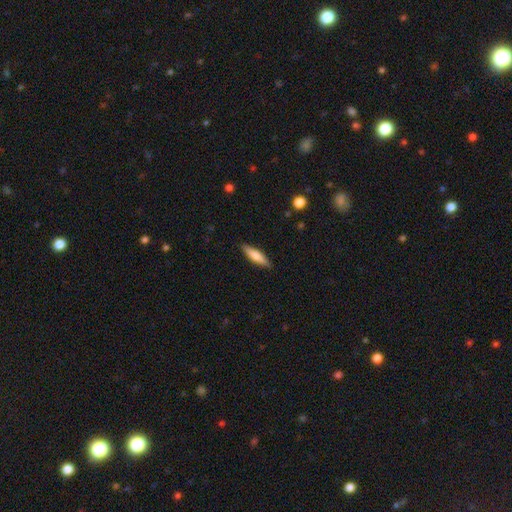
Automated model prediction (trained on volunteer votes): A smooth galaxy with no disk features (67%) that is cigar-shaped (72%).

Vote fractions:
- Smooth or featured? smooth: 67% / featured or disk: 27% / star or artifact: 6%
- How rounded? cigar-shaped: 72% / in between: 27% / round: 2%
- Merging? none: 88% / minor disturbance: 9% / major disturbance: 2% / merger: 1%